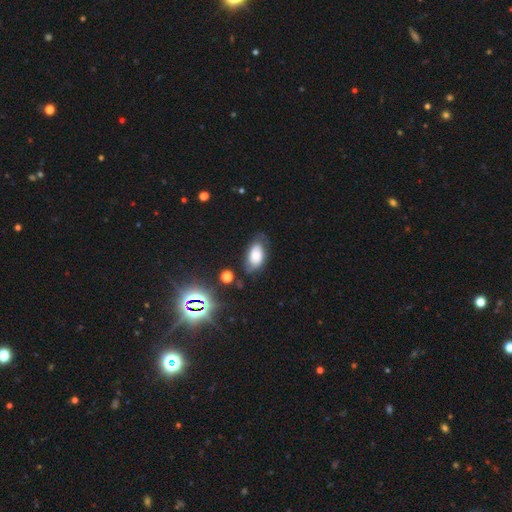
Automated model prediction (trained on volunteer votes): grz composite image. It shows a smooth galaxy with no disk features (61%) that is in between round and cigar-shaped (93%). Merging: none (62%).